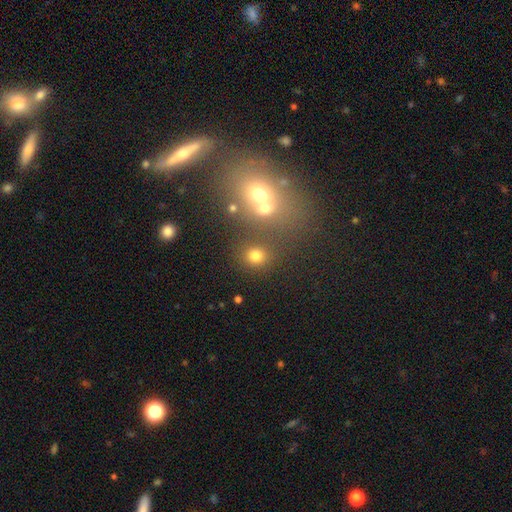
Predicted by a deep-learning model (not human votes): Morphology: type=smooth (74%); roundness=round (81%); merging=none (70%).